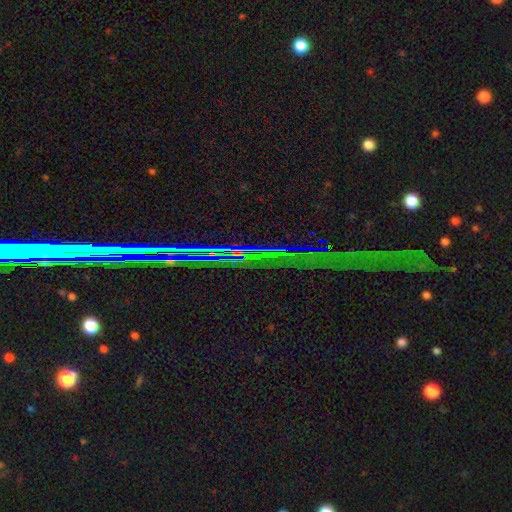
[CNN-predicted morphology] This is likely a star or artifact rather than a galaxy (79%).